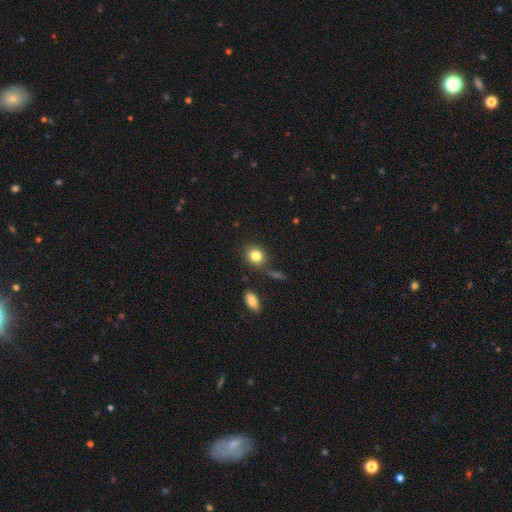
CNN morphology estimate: smooth_or_featured: smooth (p=0.84) [alt: star or artifact p=0.10]
how_rounded: round (p=0.70) [alt: in between p=0.29]
merging: none (p=0.77) [alt: minor disturbance p=0.12]